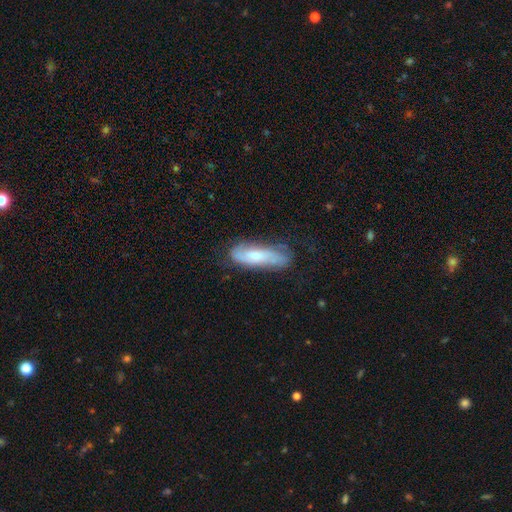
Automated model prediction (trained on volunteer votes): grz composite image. It shows a featured or disk galaxy (51%). Merging: none (63%).